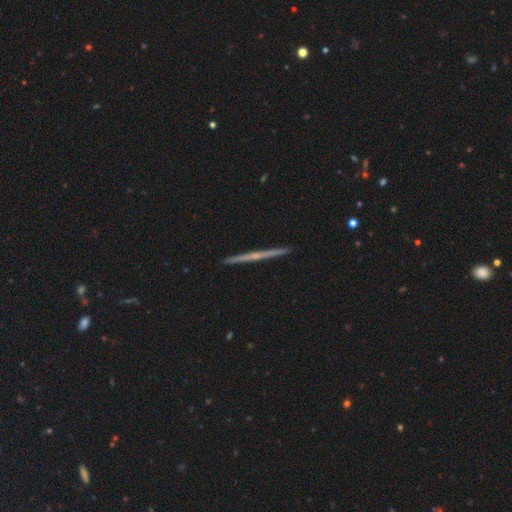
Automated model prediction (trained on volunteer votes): This is likely a featured or disk galaxy (69%). It is clearly viewed edge-on (98%). Edge-on bulge: likely none (63%). Merging: clearly none (93%).